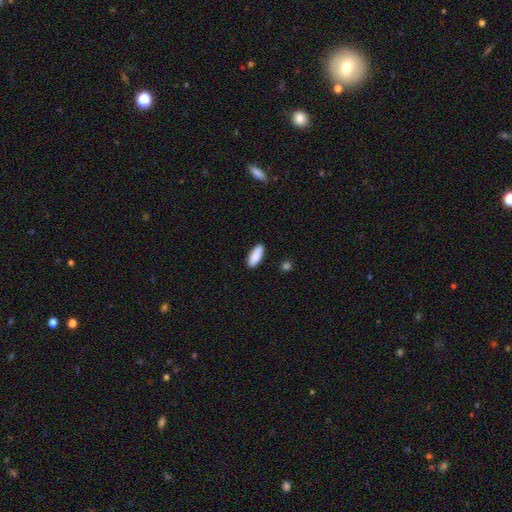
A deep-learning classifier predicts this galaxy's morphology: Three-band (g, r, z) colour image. It shows a smooth galaxy with no disk features (90%) that is in between round and cigar-shaped (76%). Merging: none (89%).